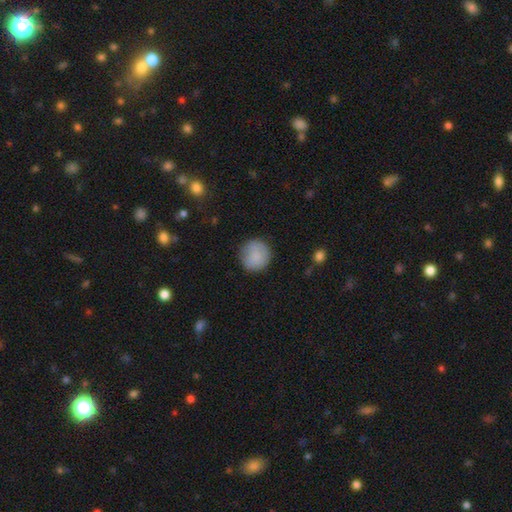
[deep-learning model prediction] A smooth galaxy with no disk features (85%) that is round (92%).

Vote fractions:
- Smooth or featured? smooth: 85% / featured or disk: 8% / star or artifact: 7%
- How rounded? round: 92% / in between: 7% / cigar-shaped: 1%
- Merging? none: 81% / minor disturbance: 14% / major disturbance: 4% / merger: 1%